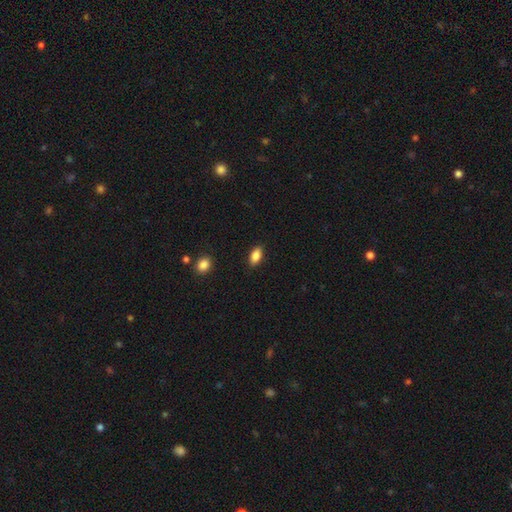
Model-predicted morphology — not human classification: Smooth or featured? smooth (85%)
How rounded? in between (90%)
Merging? none (88%)